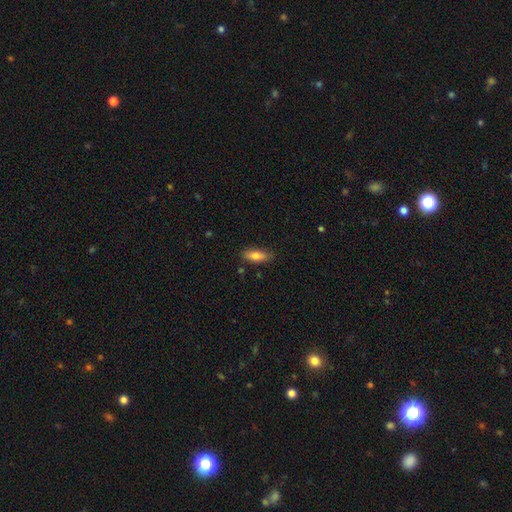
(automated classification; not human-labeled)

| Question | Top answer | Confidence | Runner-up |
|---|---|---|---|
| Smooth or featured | smooth | 79% | featured or disk (14%) |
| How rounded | in between | 67% | cigar-shaped (31%) |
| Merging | none | 83% | minor disturbance (13%) |